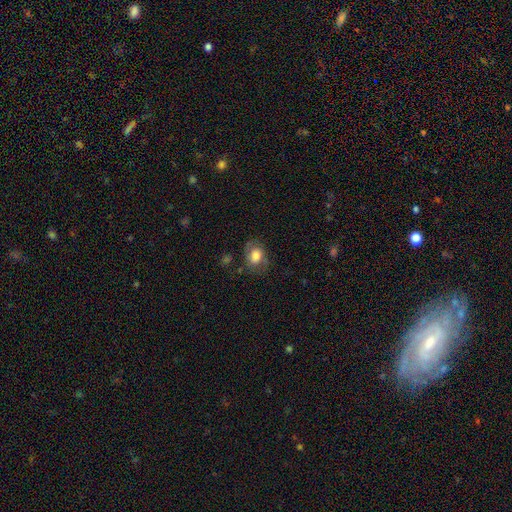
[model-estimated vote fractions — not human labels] smooth-or-featured: smooth: 67% | featured or disk: 25% | star or artifact: 8%
  how-rounded: in between: 66% | round: 33% | cigar-shaped: 1%
  merging: none: 65% | minor disturbance: 22% | major disturbance: 11% | merger: 2%